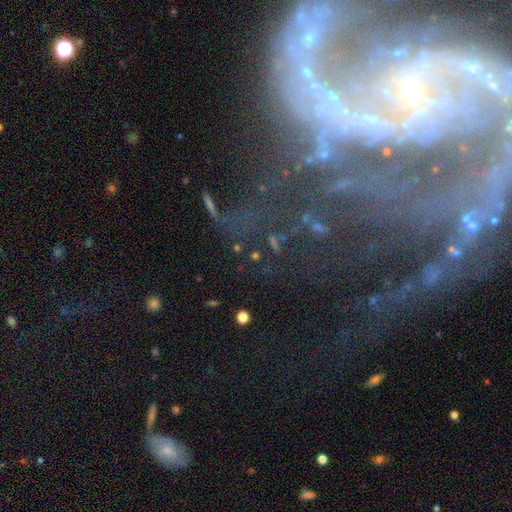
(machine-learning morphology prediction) This is possibly a star or artifact rather than a galaxy (53%).